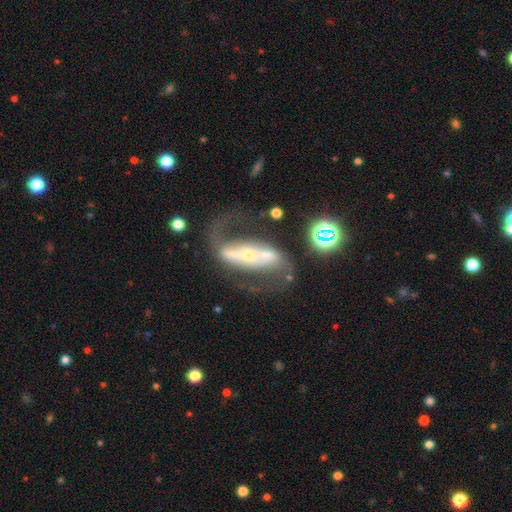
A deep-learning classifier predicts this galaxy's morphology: This appears to be a featured or disk galaxy (85%) with a strong bar (66%), 2 (89%) loose (45%) spiral arms (90%) and a small central bulge (64%). Merging: none (62%).